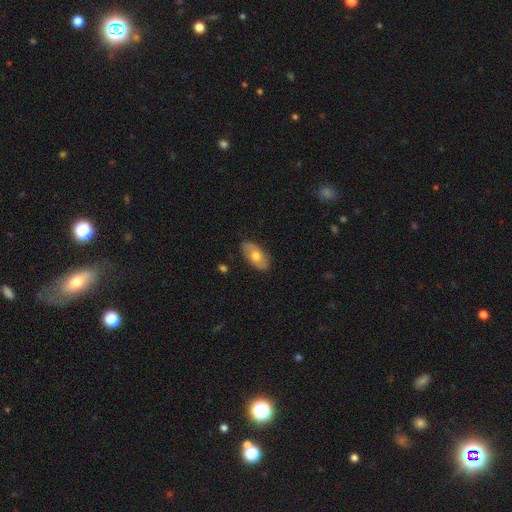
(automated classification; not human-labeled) A smooth galaxy with no disk features (58%) that is in between round and cigar-shaped (92%). Merging: none (83%).